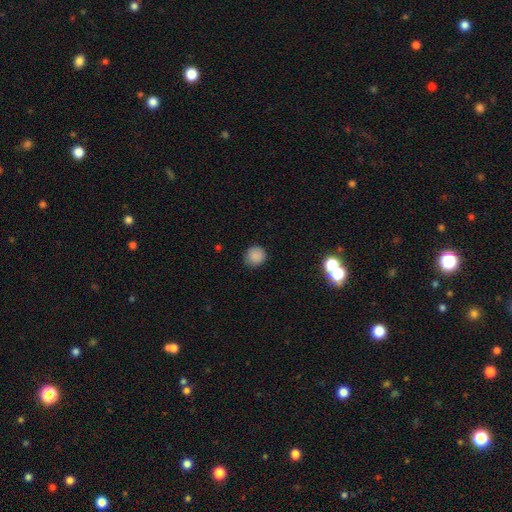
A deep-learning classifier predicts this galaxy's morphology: Smooth or featured? Predicted: smooth (p=0.87). How rounded? Predicted: round (p=0.91). Merging? Predicted: none (p=0.86).